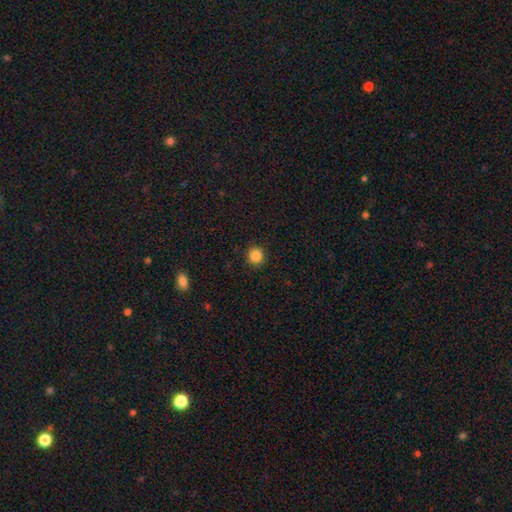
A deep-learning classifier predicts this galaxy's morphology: Smooth or featured? Predicted: smooth (p=0.86). How rounded? Predicted: round (p=0.92). Merging? Predicted: none (p=0.91).